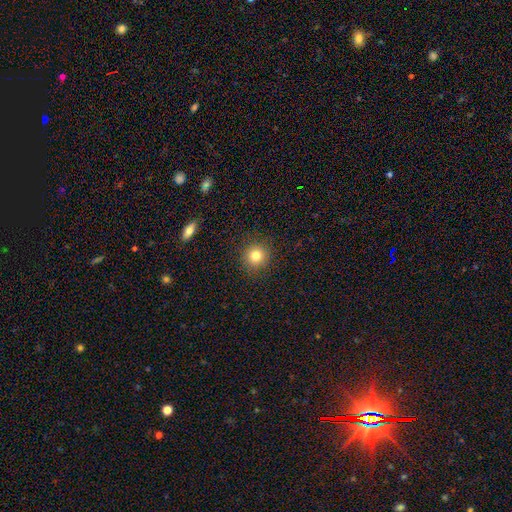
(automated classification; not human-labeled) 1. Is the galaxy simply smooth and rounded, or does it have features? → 80% smooth, 12% star or artifact, 8% featured or disk.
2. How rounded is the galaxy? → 92% round, 7% in between, 1% cigar-shaped.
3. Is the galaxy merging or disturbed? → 91% none, 6% minor disturbance, 2% major disturbance, 1% merger.